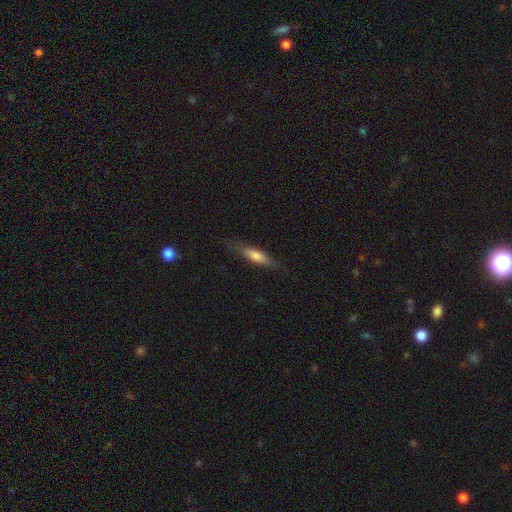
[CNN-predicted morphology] The model was most divided on "smooth or featured": smooth: 64%, featured or disk: 30%, star or artifact: 6%. More confident: merging — none (82%); how rounded — cigar-shaped (74%).